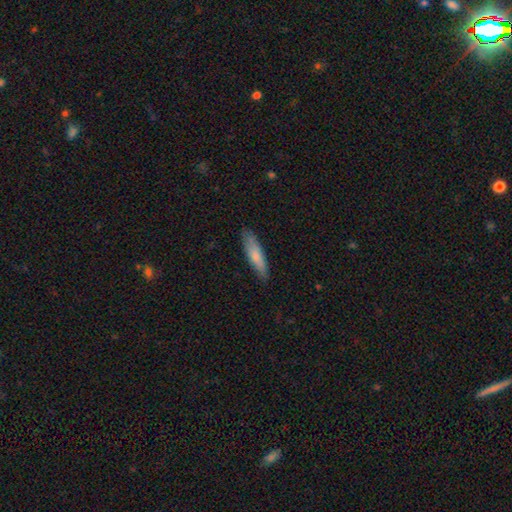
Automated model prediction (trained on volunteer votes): A smooth galaxy with no disk features (76%) that is cigar-shaped (74%). Merging: none (84%).